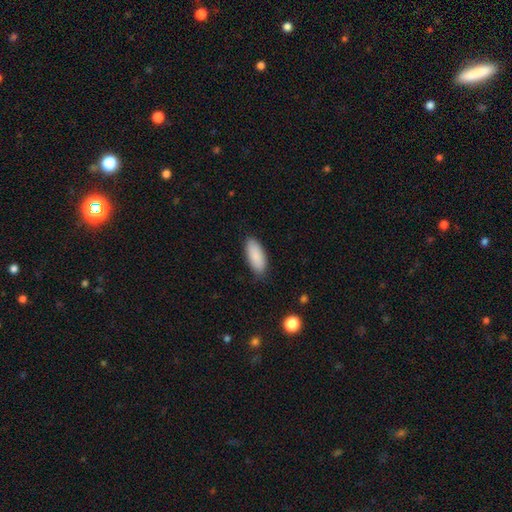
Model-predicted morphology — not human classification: This appears to be a smooth galaxy with no disk features (89%) that is in between round and cigar-shaped (84%). Merging: none (84%).